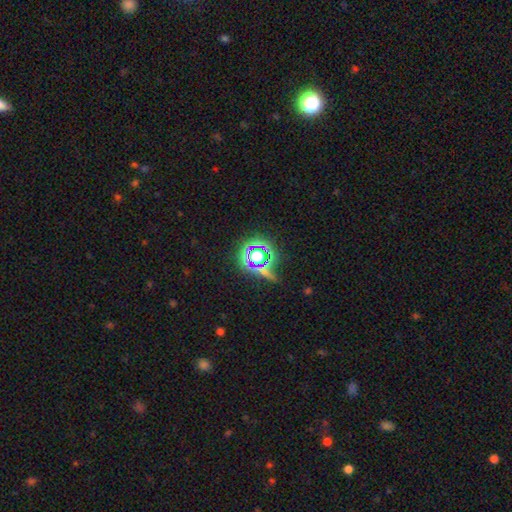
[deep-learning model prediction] The model was most divided on "smooth or featured": star or artifact: 63%, smooth: 25%, featured or disk: 12%.